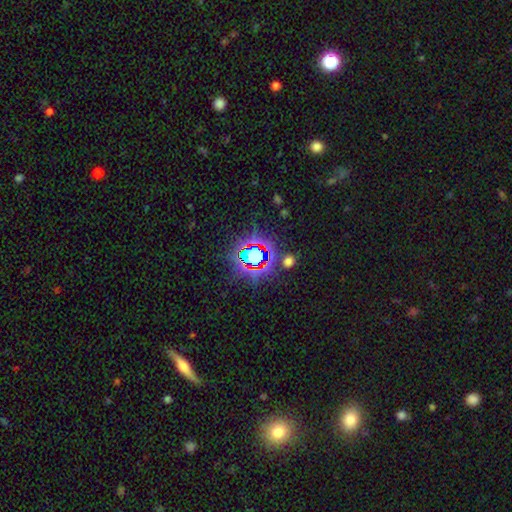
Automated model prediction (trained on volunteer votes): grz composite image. It shows a star or artifact, not a galaxy (75%).